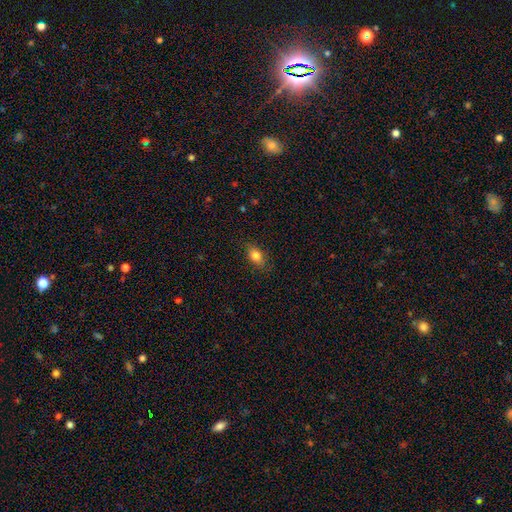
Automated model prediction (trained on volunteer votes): A smooth galaxy with no disk features (83%) that is in between round and cigar-shaped (80%).

Vote fractions:
- Smooth or featured? smooth: 83% / star or artifact: 9% / featured or disk: 8%
- How rounded? in between: 80% / round: 17% / cigar-shaped: 3%
- Merging? none: 84% / minor disturbance: 12% / major disturbance: 3% / merger: 1%